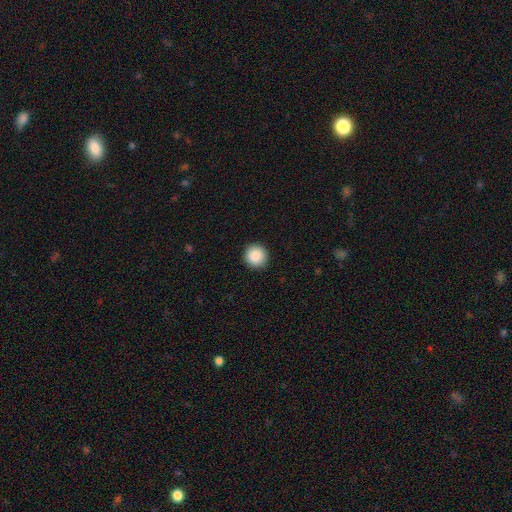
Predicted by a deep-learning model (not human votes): Overall: smooth (88%). How rounded: round (94%). Merging: none (92%).